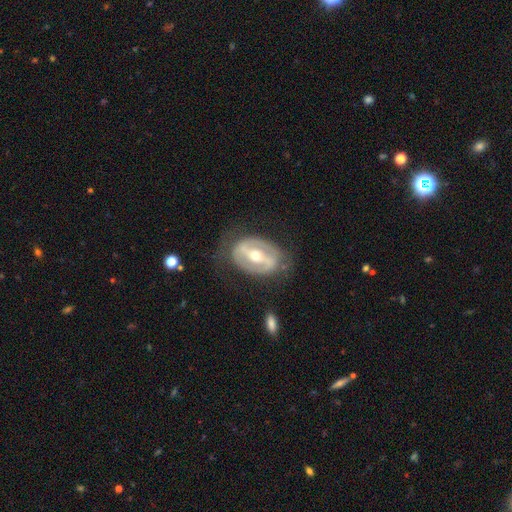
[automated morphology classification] Smooth or featured?
  - featured or disk: 80% *
  - smooth: 15%
  - star or artifact: 5%
Edge-on disk?
  - no: 93% *
  - yes: 7%
Bar?
  - strong: 66% *
  - weak: 22%
  - no: 12%
Spiral arms?
  - yes: 52% *
  - no: 48%
Bulge size?
  - moderate: 58% *
  - small: 38%
  - large: 2%
  - dominant: 1%
  - none: 1%
Merging?
  - none: 69% *
  - minor disturbance: 18%
  - major disturbance: 12%
  - merger: 2%